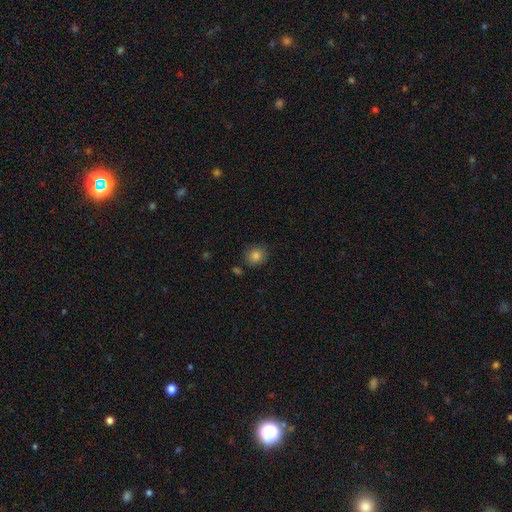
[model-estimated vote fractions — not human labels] A smooth galaxy with no disk features (84%) that is round (87%). Merging: none (83%).